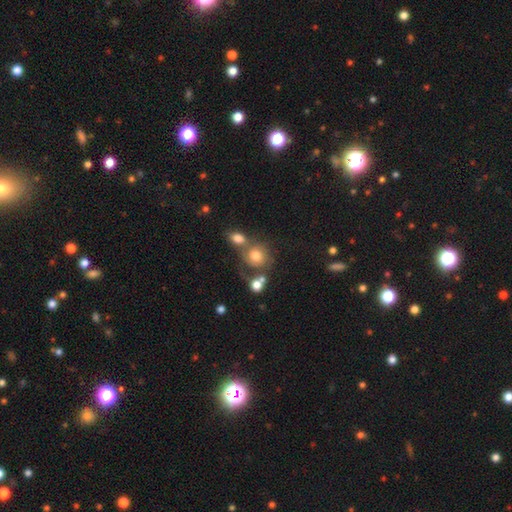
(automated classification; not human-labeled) Overall: smooth (72%). How rounded: round (79%). Merging: none (44%; merger 36%).